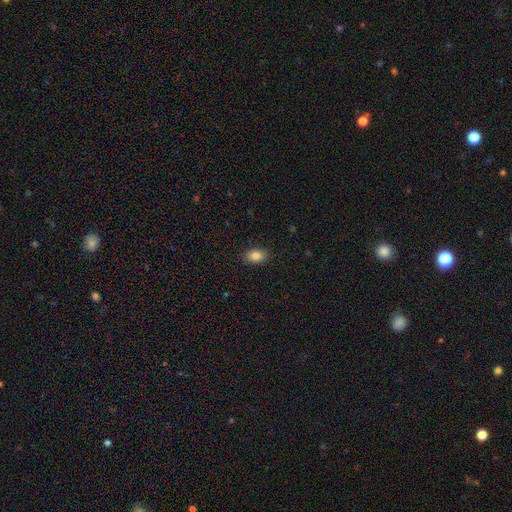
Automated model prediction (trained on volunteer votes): Q: Smooth or featured?
A: smooth (84%); runner-up: star or artifact (9%)
Q: How rounded?
A: in between (85%); runner-up: round (14%)
Q: Merging?
A: none (88%); runner-up: minor disturbance (9%)